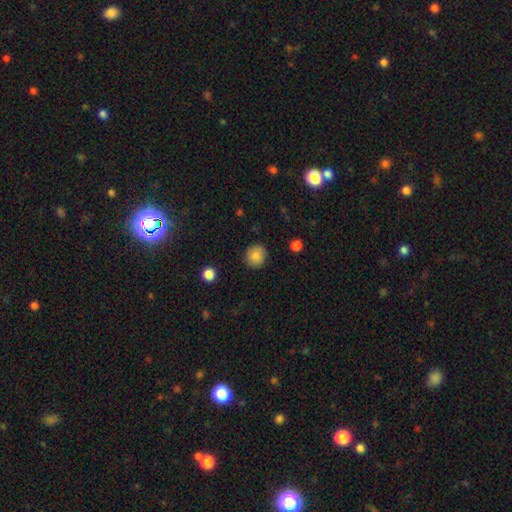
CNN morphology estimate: smooth_or_featured: smooth (p=0.86) [alt: star or artifact p=0.09]
how_rounded: round (p=0.87) [alt: in between p=0.13]
merging: none (p=0.89) [alt: minor disturbance p=0.08]